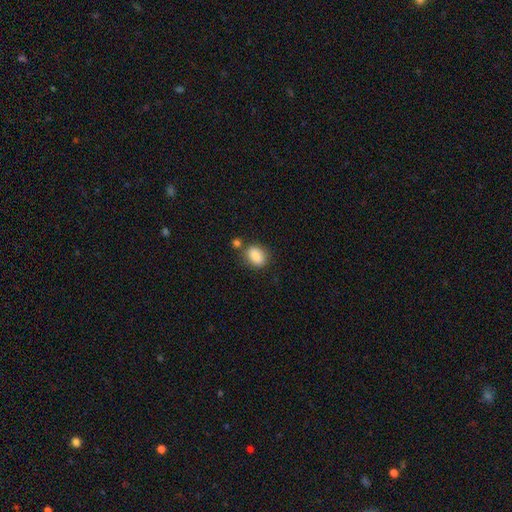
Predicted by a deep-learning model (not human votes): Overall: smooth (84%). How rounded: in between (65%; round 34%). Merging: none (70%).